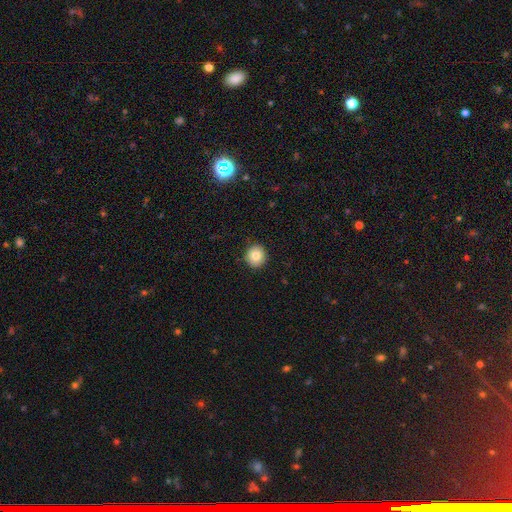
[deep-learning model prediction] A smooth galaxy with no disk features (82%) that is round (92%). Merging: none (91%).